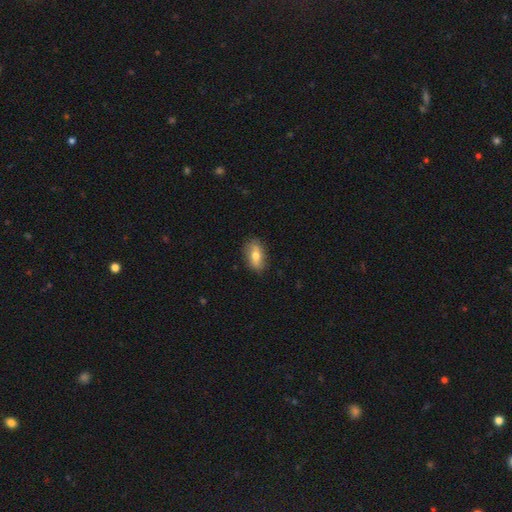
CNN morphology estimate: Smooth or featured? Predicted: smooth (p=0.69). How rounded? Predicted: in between (p=0.86). Merging? Predicted: none (p=0.84).